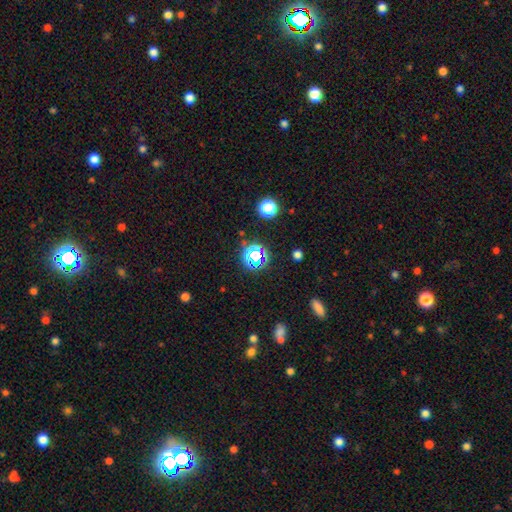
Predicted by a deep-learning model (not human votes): star or artifact 66%, smooth 24%, featured or disk 10%.